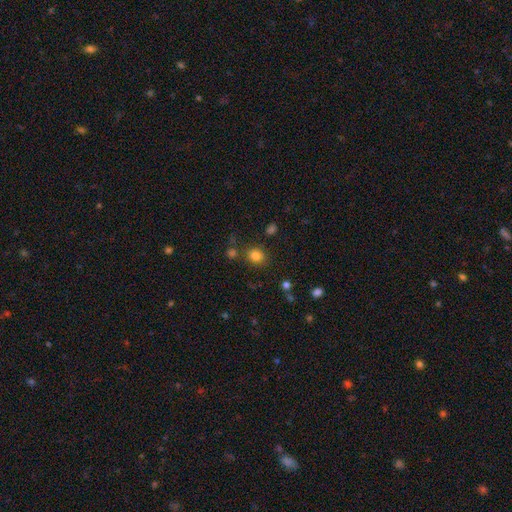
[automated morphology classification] Overall: smooth (81%). How rounded: round (77%). Merging: none (81%).